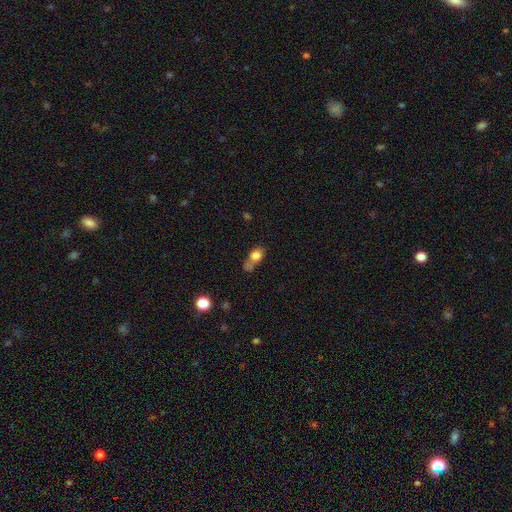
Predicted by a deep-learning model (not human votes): Q: Smooth or featured?
A: smooth (78%); runner-up: featured or disk (11%)
Q: How rounded?
A: in between (55%); runner-up: round (42%)
Q: Merging?
A: merger (41%); runner-up: none (32%)